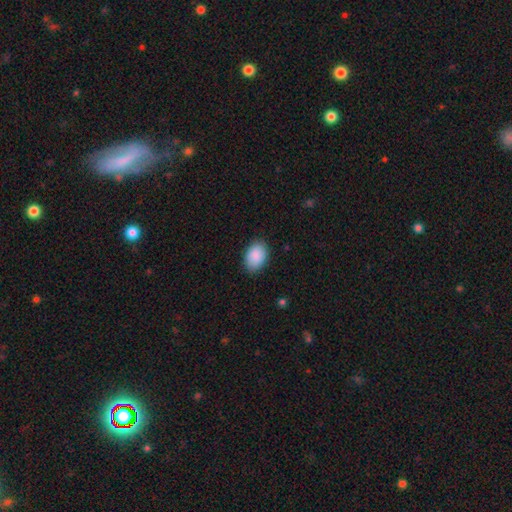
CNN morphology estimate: Smooth or featured?
  - smooth: 90% *
  - star or artifact: 6%
  - featured or disk: 4%
How rounded?
  - in between: 84% *
  - round: 15%
  - cigar-shaped: 1%
Merging?
  - none: 86% *
  - minor disturbance: 11%
  - major disturbance: 2%
  - merger: 1%